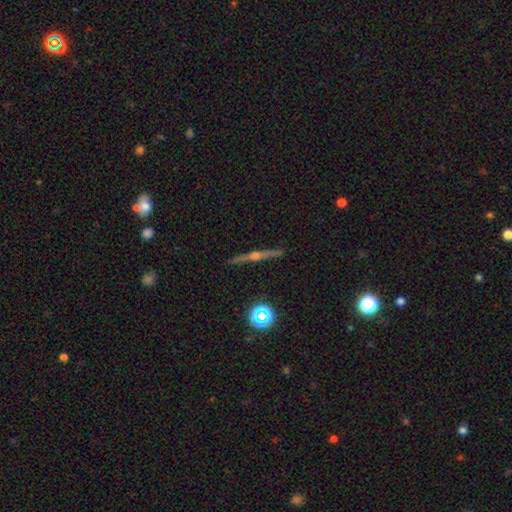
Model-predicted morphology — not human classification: smooth-or-featured: featured or disk: 78% | smooth: 14% | star or artifact: 9%
  disk-edge-on: yes: 97% | no: 3%
    edge-on-bulge: rounded: 90% | none: 6% | boxy: 4%
  merging: none: 90% | minor disturbance: 6% | major disturbance: 2% | merger: 2%